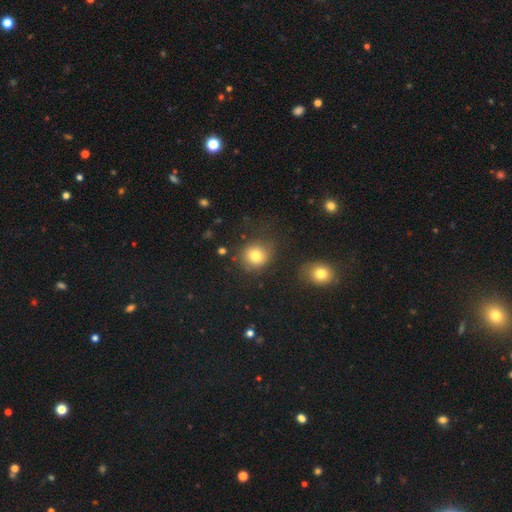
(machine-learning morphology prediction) The model was most divided on "merging": none: 74%, minor disturbance: 15%, major disturbance: 7%, merger: 4%. More confident: how rounded — round (84%); smooth or featured — smooth (79%).